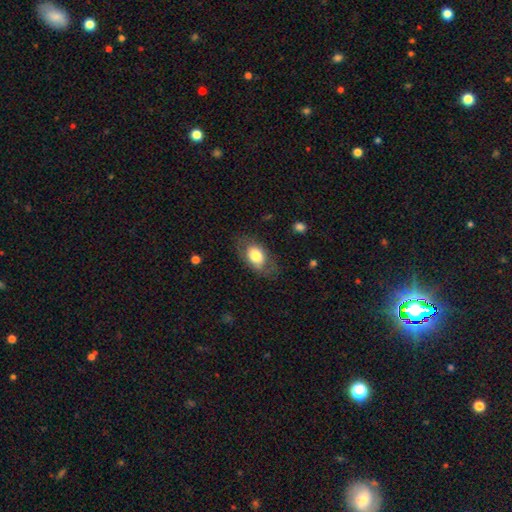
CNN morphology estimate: smooth_or_featured: smooth (p=0.70) [alt: featured or disk p=0.24]
how_rounded: in between (p=0.87) [alt: round p=0.11]
merging: none (p=0.72) [alt: minor disturbance p=0.18]